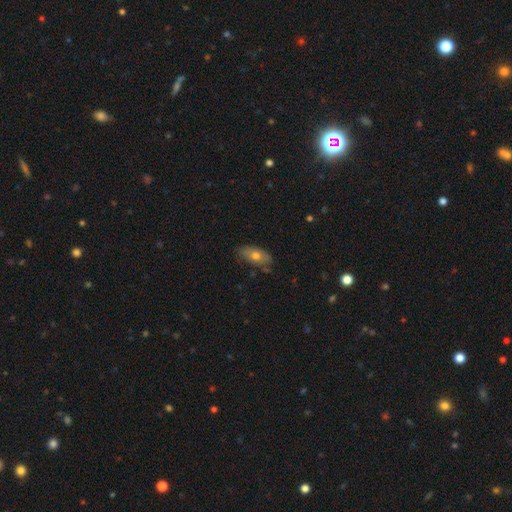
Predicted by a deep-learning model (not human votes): smooth-or-featured: smooth: 61% | featured or disk: 31% | star or artifact: 8%
  how-rounded: in between: 86% | cigar-shaped: 9% | round: 5%
  merging: none: 72% | minor disturbance: 22% | major disturbance: 4% | merger: 2%